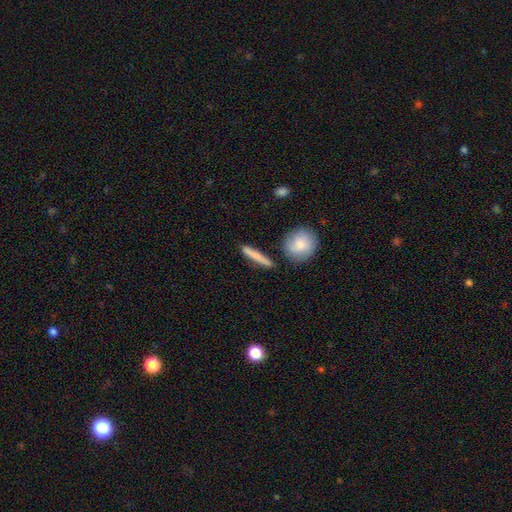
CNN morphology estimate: type=smooth (72%); roundness=cigar-shaped (89%); merging=none (84%).